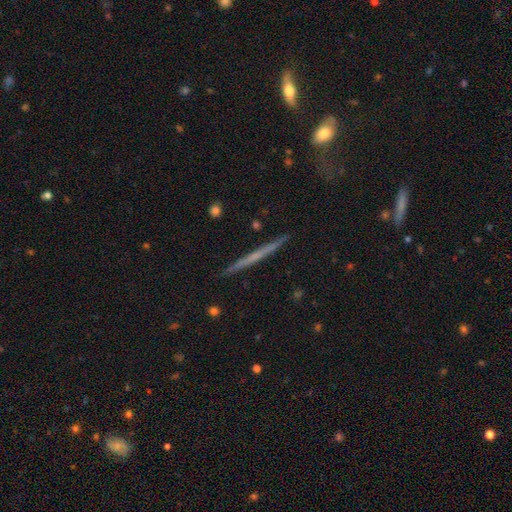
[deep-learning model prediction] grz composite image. It shows a featured or disk galaxy (61%) viewed edge-on (98%) with no central bulge (76%). Merging: none (91%).